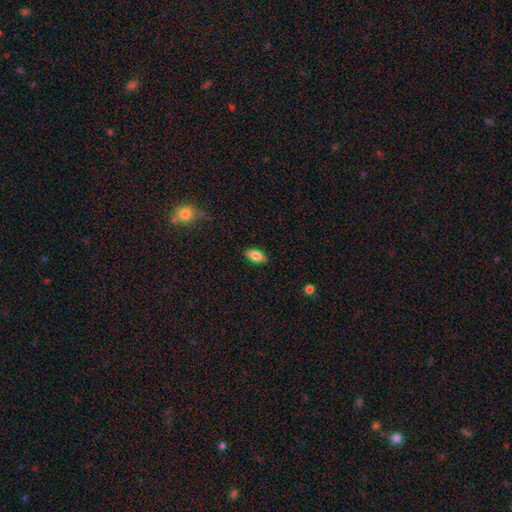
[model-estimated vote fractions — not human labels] This is likely a smooth galaxy (79%). How rounded: clearly in between (89%). Merging: clearly none (86%).